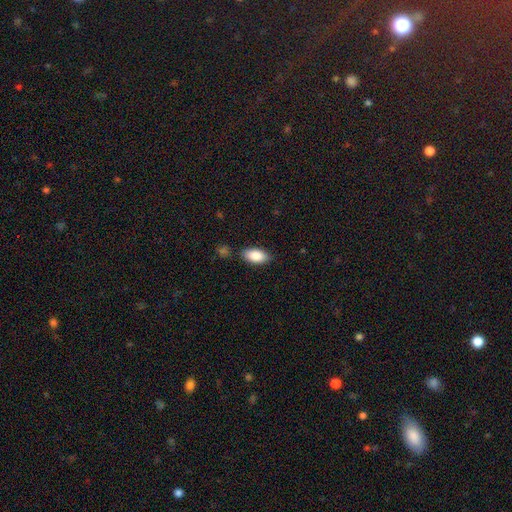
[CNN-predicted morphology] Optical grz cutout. It shows a smooth galaxy with no disk features (85%) that is in between round and cigar-shaped (91%). Merging: none (82%).